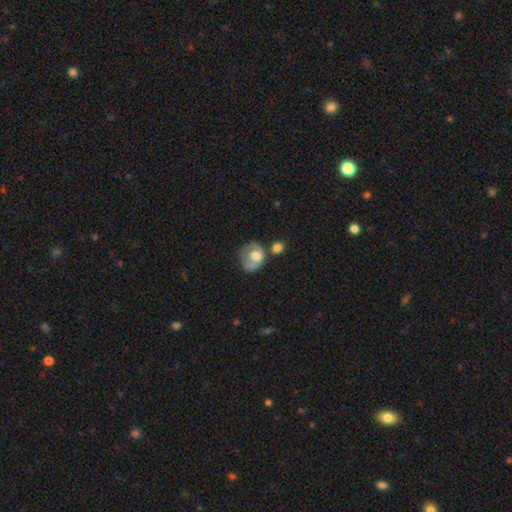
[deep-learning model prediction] Smooth or featured? smooth (63%)
How rounded? round (61%)
Merging? none (37%)